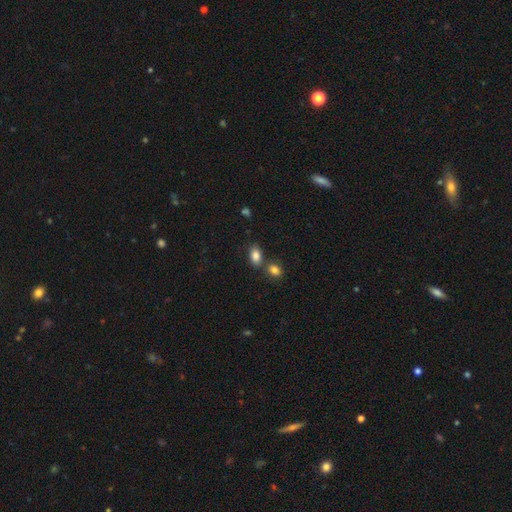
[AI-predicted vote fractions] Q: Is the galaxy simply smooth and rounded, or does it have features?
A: smooth — 84%.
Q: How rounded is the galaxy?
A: in between — 87%.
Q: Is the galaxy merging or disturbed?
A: none — 61%.